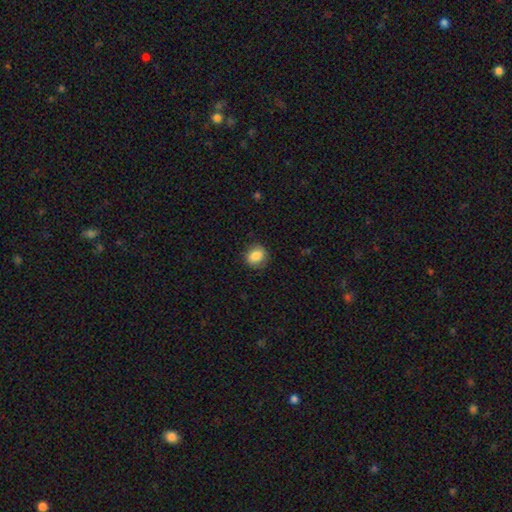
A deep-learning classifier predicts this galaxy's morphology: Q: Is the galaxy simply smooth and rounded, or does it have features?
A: smooth — 84%.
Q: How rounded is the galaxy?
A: round — 66%.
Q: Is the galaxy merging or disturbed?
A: none — 84%.